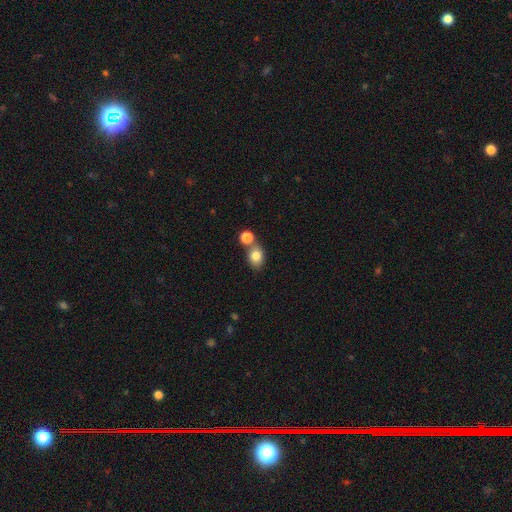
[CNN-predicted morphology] Smooth or featured: smooth — 80% (featured or disk — 10%)
How rounded: in between — 57% (round — 42%)
Merging: none — 56% (merger — 28%)